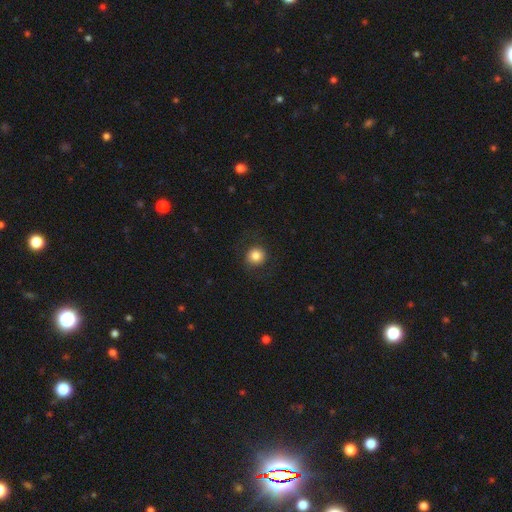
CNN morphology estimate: Smooth or featured?
  - smooth: 83% *
  - star or artifact: 10%
  - featured or disk: 8%
How rounded?
  - round: 91% *
  - in between: 8%
  - cigar-shaped: 1%
Merging?
  - none: 86% *
  - minor disturbance: 8%
  - major disturbance: 5%
  - merger: 1%